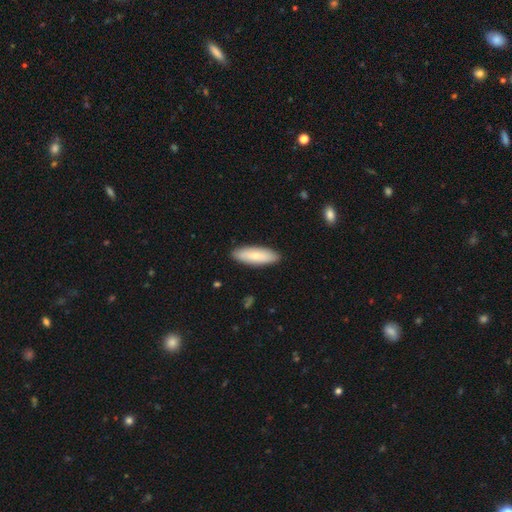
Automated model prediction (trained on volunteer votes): Smooth or featured? Predicted: smooth (p=0.78). How rounded? Predicted: in between (p=0.54). Merging? Predicted: none (p=0.89).